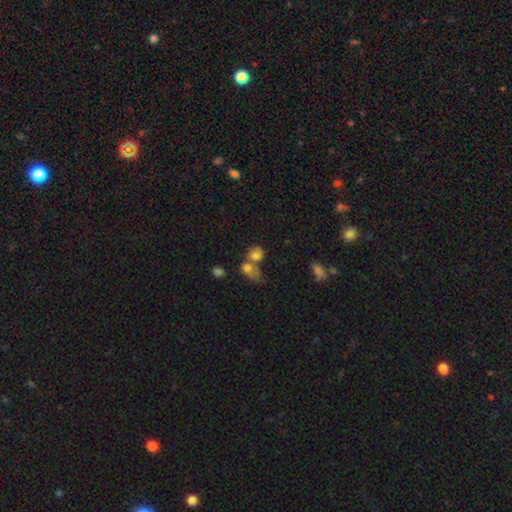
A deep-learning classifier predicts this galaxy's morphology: Smooth or featured: smooth — 74% (featured or disk — 14%)
How rounded: round — 52% (in between — 46%)
Merging: merger — 60% (none — 24%)